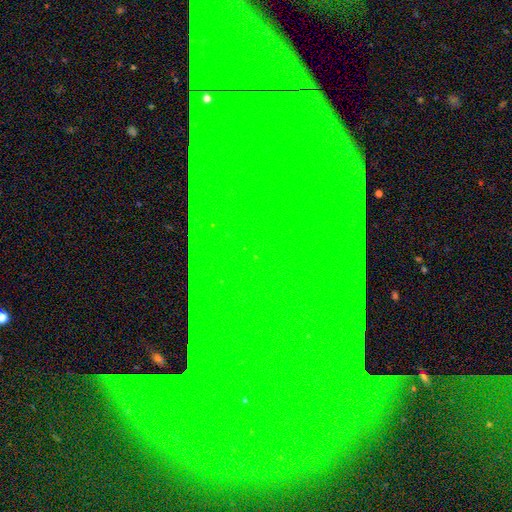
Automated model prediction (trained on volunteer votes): smooth_or_featured: star or artifact (p=0.86) [alt: featured or disk p=0.08]